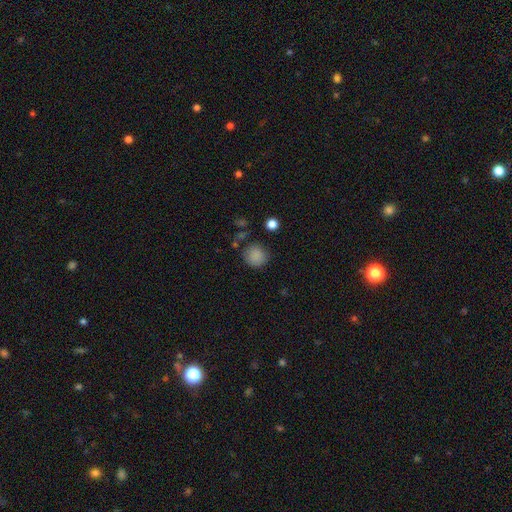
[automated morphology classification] A smooth galaxy with no disk features (85%) that is round (90%).

Vote fractions:
- Smooth or featured? smooth: 85% / star or artifact: 11% / featured or disk: 4%
- How rounded? round: 90% / in between: 9% / cigar-shaped: 1%
- Merging? none: 80% / minor disturbance: 13% / major disturbance: 4% / merger: 4%